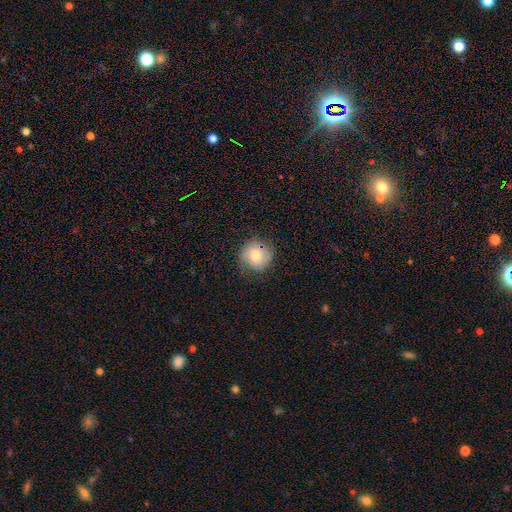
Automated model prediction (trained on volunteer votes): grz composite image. It shows a smooth galaxy with no disk features (67%) that is round (90%). Merging: none (77%).